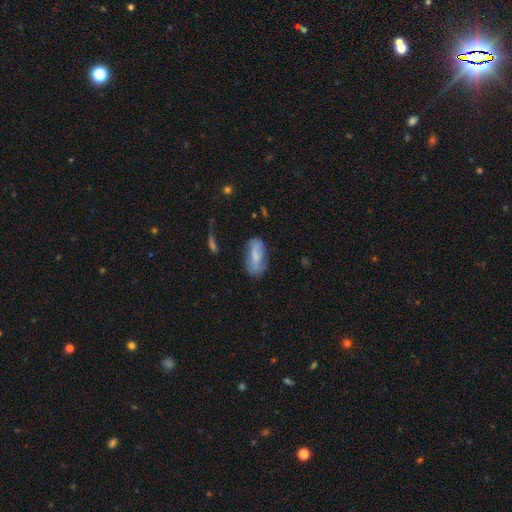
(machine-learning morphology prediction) Smooth or featured: smooth — 64% (featured or disk — 28%)
How rounded: in between — 85% (cigar-shaped — 12%)
Merging: none — 63% (minor disturbance — 25%)